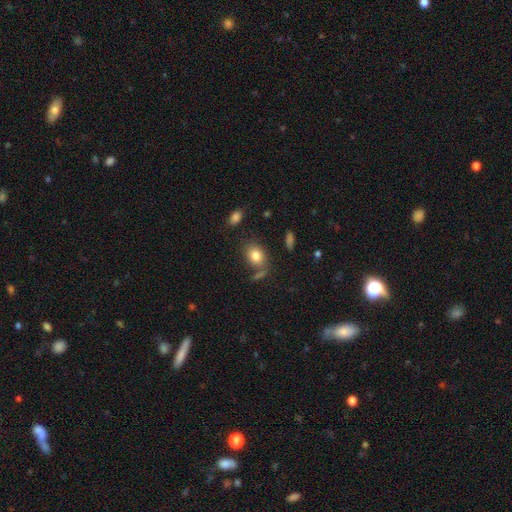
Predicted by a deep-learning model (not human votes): A smooth galaxy with no disk features (81%) that is in between round and cigar-shaped (68%).

Vote fractions:
- Smooth or featured? smooth: 81% / featured or disk: 10% / star or artifact: 9%
- How rounded? in between: 68% / round: 31% / cigar-shaped: 1%
- Merging? none: 67% / minor disturbance: 15% / merger: 11% / major disturbance: 7%